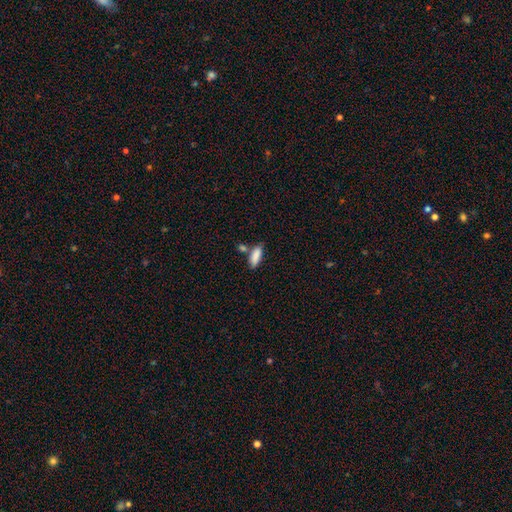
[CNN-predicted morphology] Overall: smooth (86%). How rounded: in between (63%; cigar-shaped 34%). Merging: none (60%).